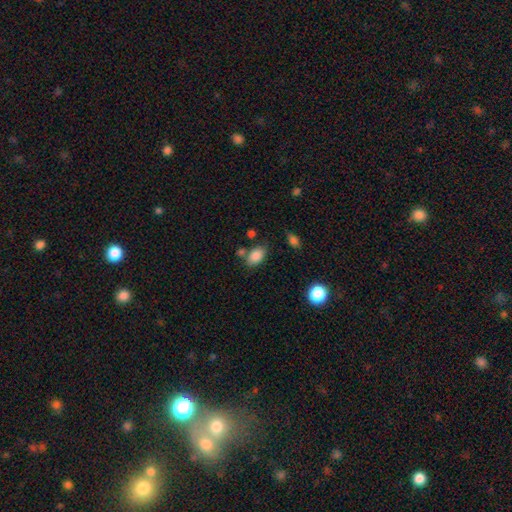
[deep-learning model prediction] smooth 86%, star or artifact 9%, featured or disk 5%. Down the decision tree: how rounded — in between (86%); merging — none (68%).